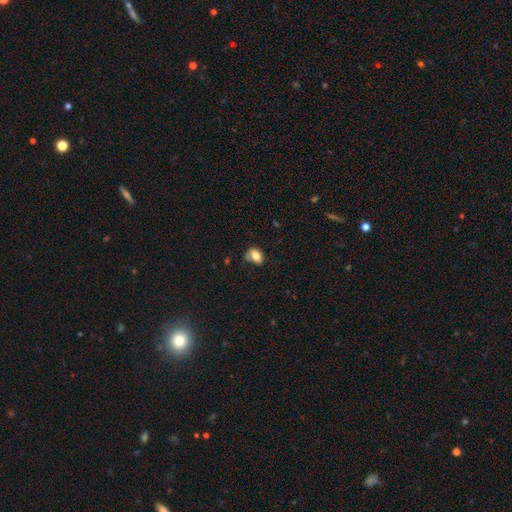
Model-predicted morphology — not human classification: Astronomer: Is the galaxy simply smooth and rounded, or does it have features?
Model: smooth — 77%.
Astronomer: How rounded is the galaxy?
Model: in between — 76%.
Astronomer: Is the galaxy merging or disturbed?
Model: none — 44% (runner-up: minor disturbance, 35%).